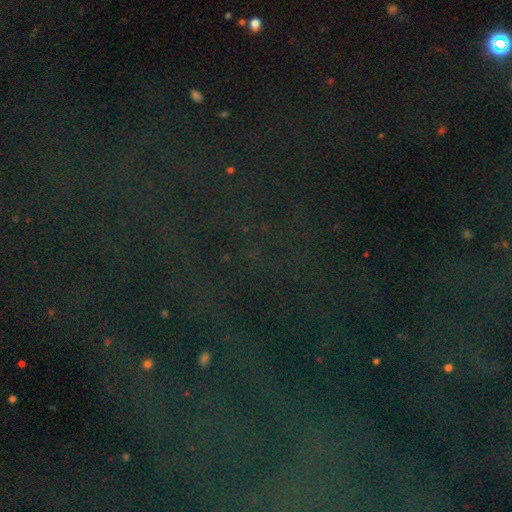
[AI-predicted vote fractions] Smooth or featured? Predicted: star or artifact (p=0.83).